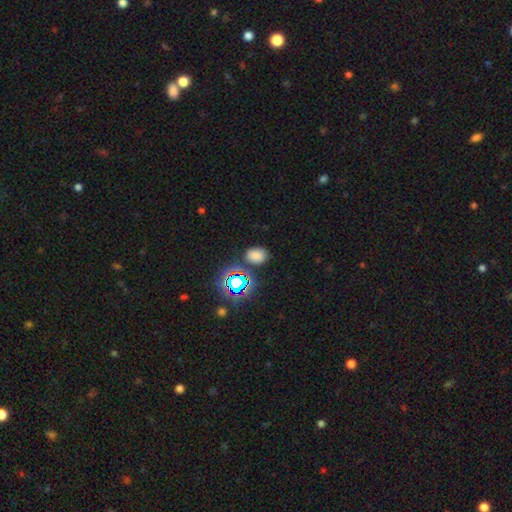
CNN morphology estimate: Smooth or featured?
  - smooth: 69% *
  - star or artifact: 24%
  - featured or disk: 7%
How rounded?
  - in between: 70% *
  - round: 29%
  - cigar-shaped: 1%
Merging?
  - none: 75% *
  - minor disturbance: 14%
  - merger: 6%
  - major disturbance: 4%